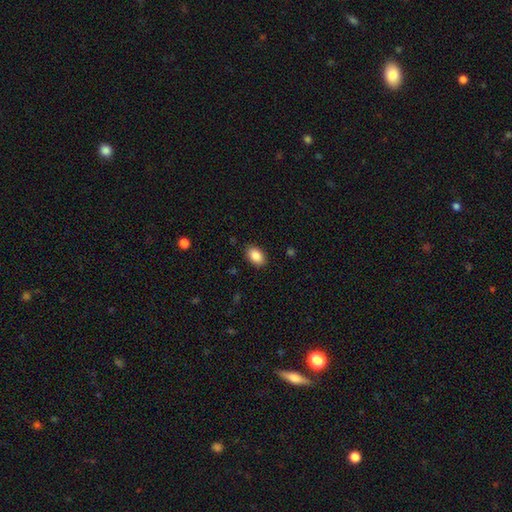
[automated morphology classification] Smooth or featured?
  - smooth: 87% *
  - star or artifact: 8%
  - featured or disk: 5%
How rounded?
  - in between: 90% *
  - round: 9%
  - cigar-shaped: 1%
Merging?
  - none: 88% *
  - minor disturbance: 9%
  - major disturbance: 2%
  - merger: 1%